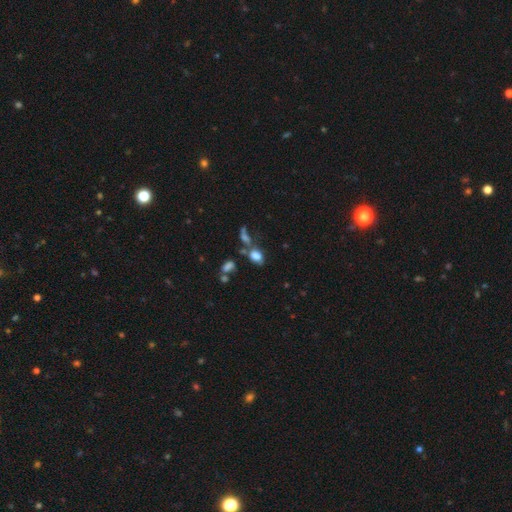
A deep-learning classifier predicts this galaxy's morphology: This appears to be a smooth galaxy with no disk features (74%) that is in between round and cigar-shaped (77%). Merging: none (42%).